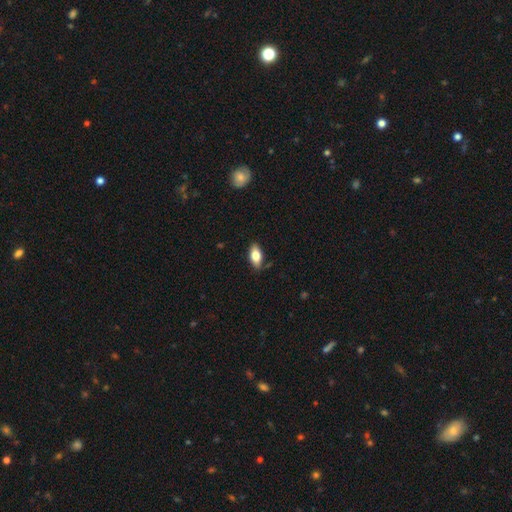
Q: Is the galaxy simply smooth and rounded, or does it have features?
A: smooth — 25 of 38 (66%).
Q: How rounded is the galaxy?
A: in between — 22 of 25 (88%).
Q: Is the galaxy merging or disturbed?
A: none — 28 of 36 (78%).